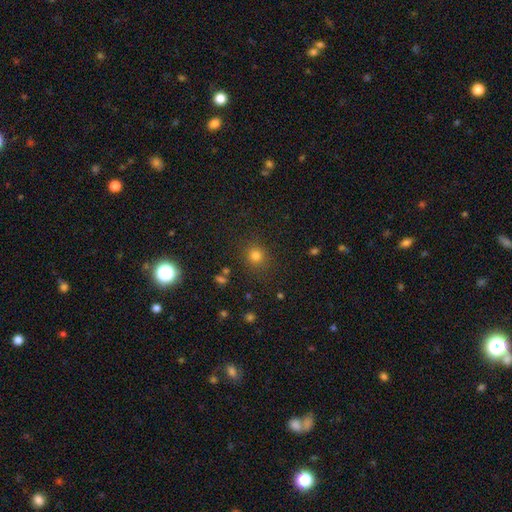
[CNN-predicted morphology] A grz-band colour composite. It shows a smooth galaxy with no disk features (78%) that is round (87%). Merging: none (85%).